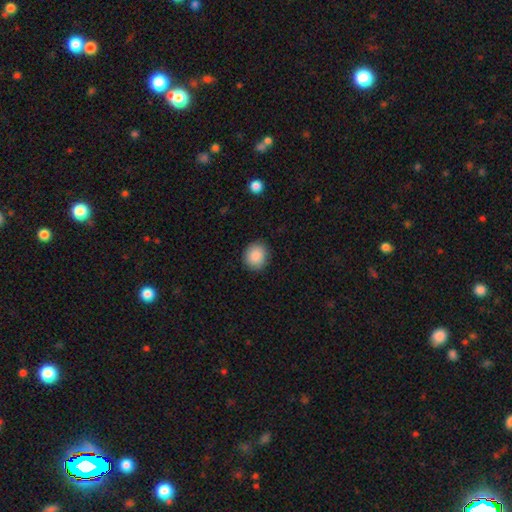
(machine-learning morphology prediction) A smooth galaxy with no disk features (88%) that is round (79%).

Vote fractions:
- Smooth or featured? smooth: 88% / star or artifact: 8% / featured or disk: 4%
- How rounded? round: 79% / in between: 20% / cigar-shaped: 1%
- Merging? none: 89% / minor disturbance: 8% / major disturbance: 2% / merger: 1%